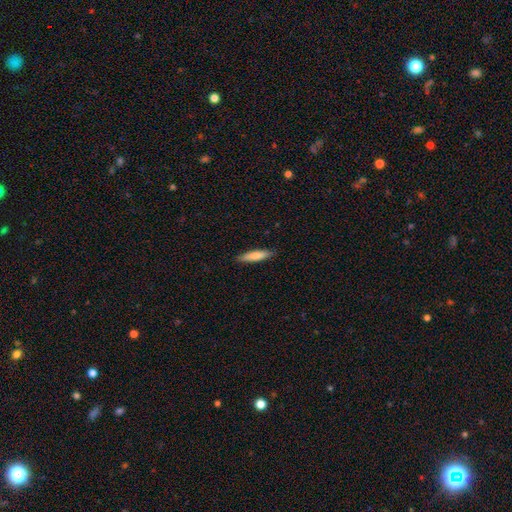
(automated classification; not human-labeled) Smooth or featured? smooth (80%)
How rounded? cigar-shaped (84%)
Merging? none (88%)